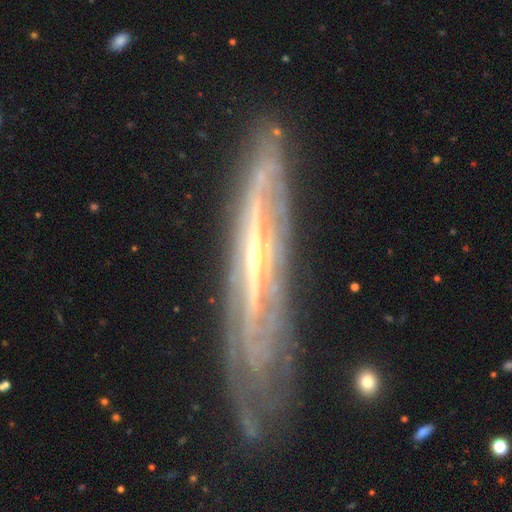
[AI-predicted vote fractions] A featured or disk galaxy (84%) viewed edge-on (72%) with a rounded central bulge (48%). Merging: none (75%).